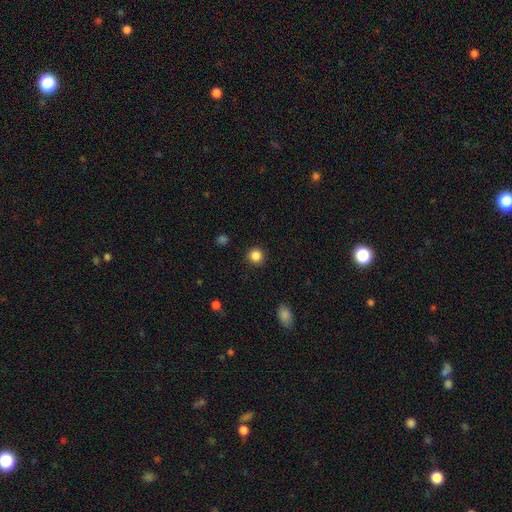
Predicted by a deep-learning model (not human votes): Morphology: type=smooth (85%); roundness=round (94%); merging=none (92%).